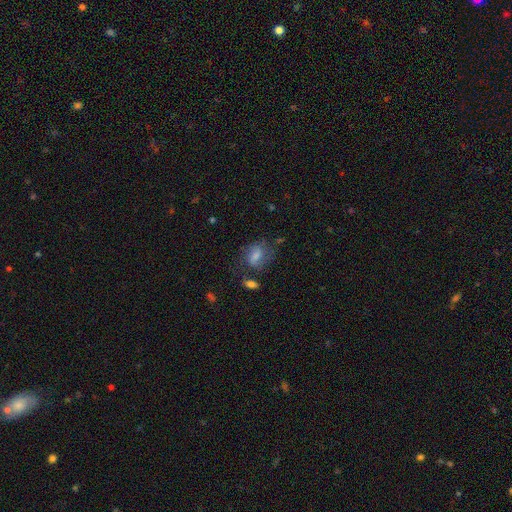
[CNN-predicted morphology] A smooth galaxy with no disk features (55%) that is in between round and cigar-shaped (72%). Merging: none (53%).